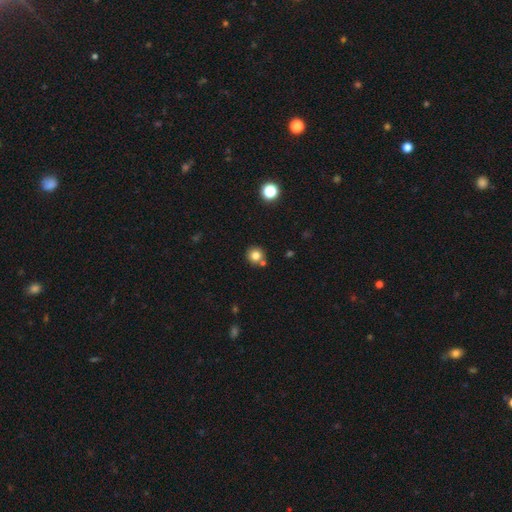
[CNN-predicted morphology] Smooth or featured? smooth (80%)
How rounded? round (92%)
Merging? none (75%)